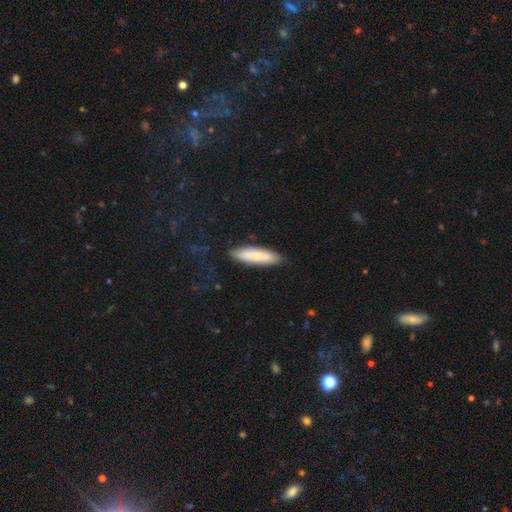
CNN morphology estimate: Q: Smooth or featured?
A: smooth (75%); runner-up: featured or disk (19%)
Q: How rounded?
A: cigar-shaped (69%); runner-up: in between (29%)
Q: Merging?
A: none (85%); runner-up: minor disturbance (11%)